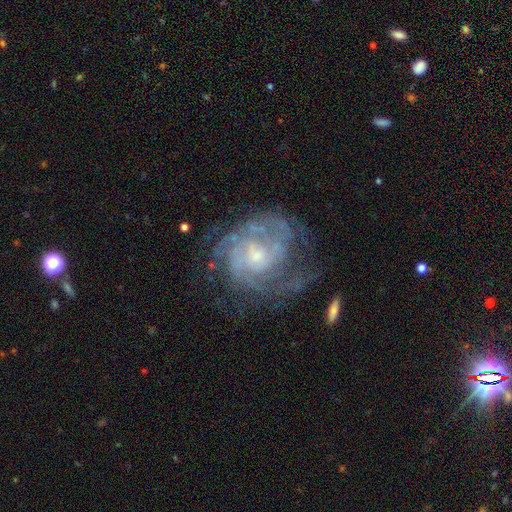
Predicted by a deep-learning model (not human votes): smooth_or_featured: featured or disk (p=0.85) [alt: smooth p=0.08]
disk_edge_on: no (p=0.97) [alt: yes p=0.03]
bar: no (p=0.69) [alt: weak p=0.27]
has_spiral_arms: yes (p=0.92) [alt: no p=0.08]
spiral_winding: tight (p=0.60) [alt: medium p=0.31]
spiral_arm_count: can't tell (p=0.38) [alt: 2 p=0.21]
bulge_size: small (p=0.57) [alt: moderate p=0.35]
merging: none (p=0.59) [alt: minor disturbance p=0.20]